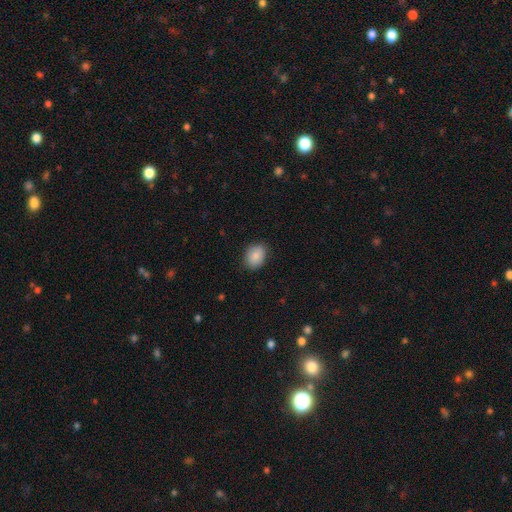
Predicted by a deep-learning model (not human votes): Q: Smooth or featured?
A: smooth (88%); runner-up: star or artifact (7%)
Q: How rounded?
A: in between (69%); runner-up: round (30%)
Q: Merging?
A: none (85%); runner-up: minor disturbance (12%)